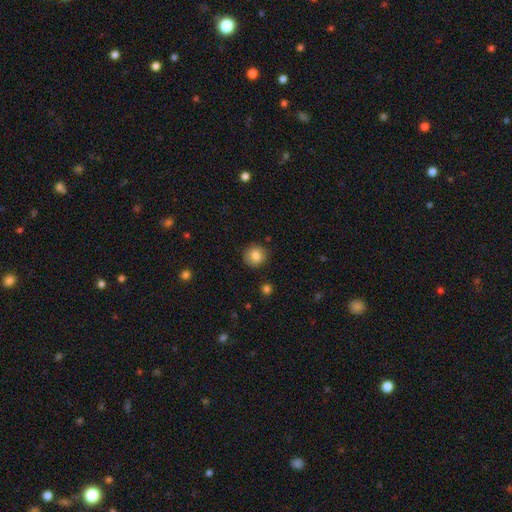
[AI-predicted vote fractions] Smooth or featured? Predicted: smooth (p=0.82). How rounded? Predicted: round (p=0.87). Merging? Predicted: none (p=0.85).